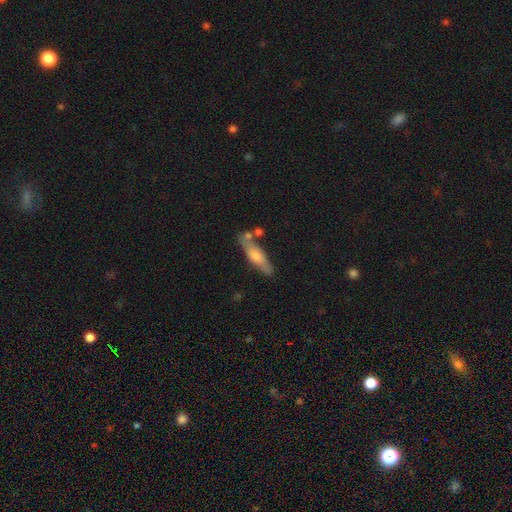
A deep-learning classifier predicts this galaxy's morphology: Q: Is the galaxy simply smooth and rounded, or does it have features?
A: smooth — 53%.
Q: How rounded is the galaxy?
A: cigar-shaped — 71%.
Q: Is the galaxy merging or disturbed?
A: none — 72%.